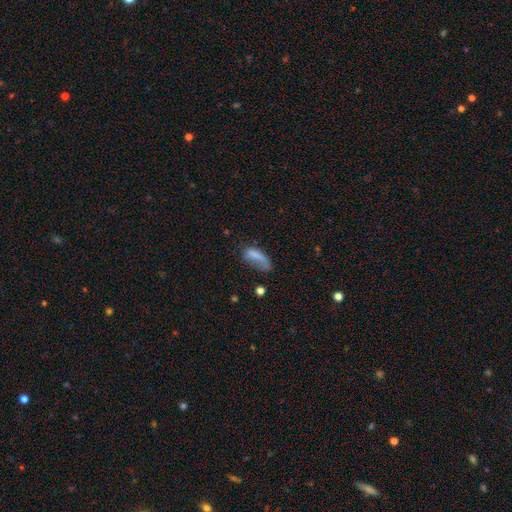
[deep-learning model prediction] Smooth or featured?
  - smooth: 72% *
  - featured or disk: 18%
  - star or artifact: 10%
How rounded?
  - in between: 77% *
  - cigar-shaped: 19%
  - round: 4%
Merging?
  - major disturbance: 42% *
  - minor disturbance: 28%
  - none: 25%
  - merger: 5%